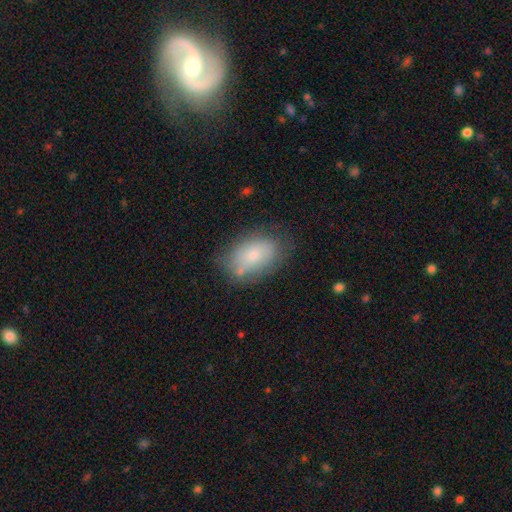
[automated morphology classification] A smooth galaxy with no disk features (72%) that is in between round and cigar-shaped (89%). Merging: none (68%).